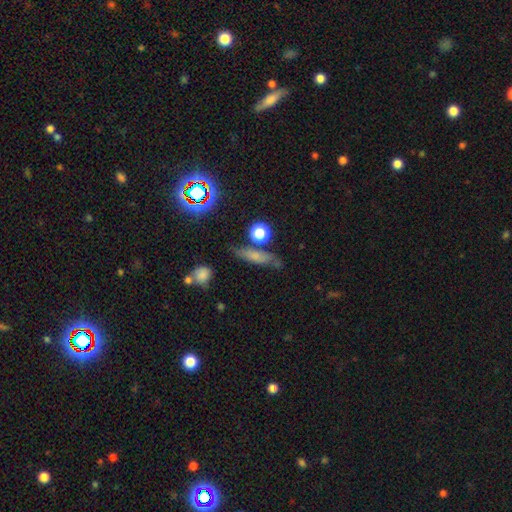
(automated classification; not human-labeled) Smooth or featured? smooth (56%)
How rounded? cigar-shaped (65%)
Merging? none (68%)